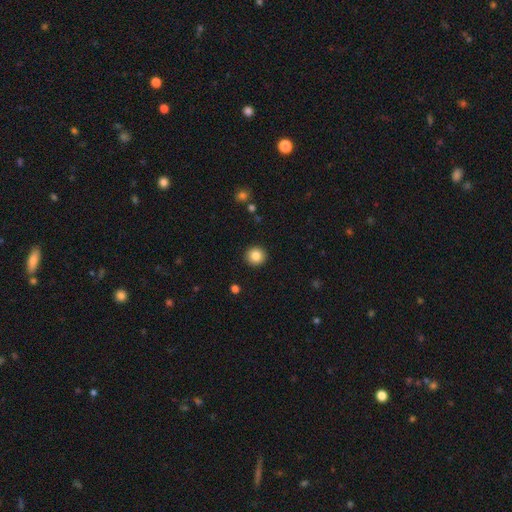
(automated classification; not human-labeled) The model was most divided on "smooth or featured": smooth: 84%, star or artifact: 10%, featured or disk: 6%. More confident: how rounded — round (94%); merging — none (93%).